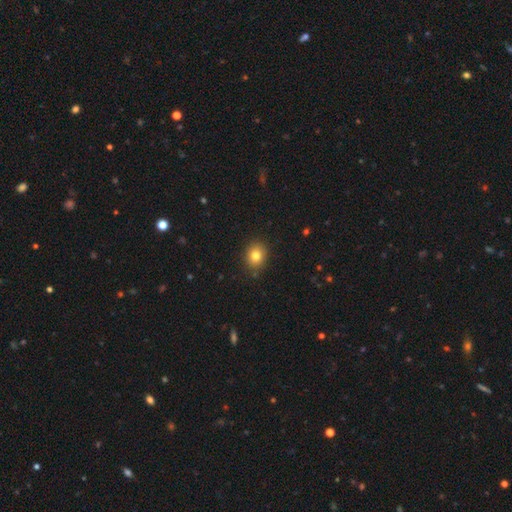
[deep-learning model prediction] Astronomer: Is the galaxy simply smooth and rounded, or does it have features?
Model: smooth — 81%.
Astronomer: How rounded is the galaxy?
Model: round — 63%.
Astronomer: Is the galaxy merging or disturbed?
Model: none — 88%.